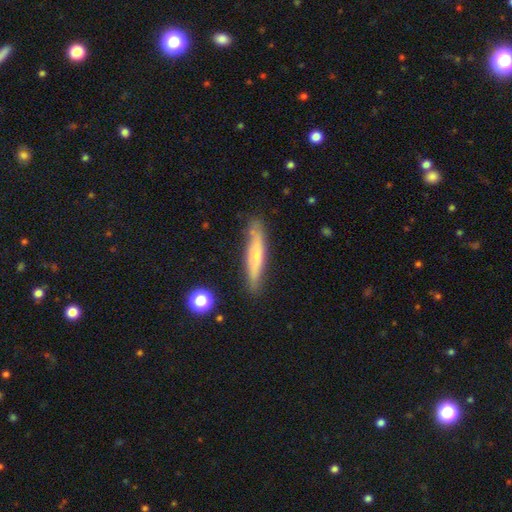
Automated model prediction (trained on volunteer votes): This appears to be a smooth galaxy with no disk features (53%) that is cigar-shaped (88%). Merging: none (81%).